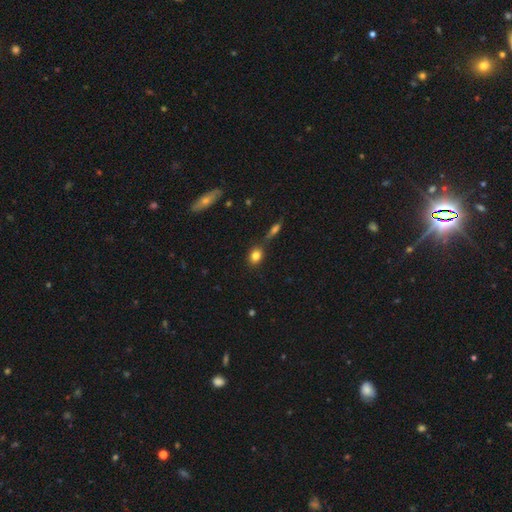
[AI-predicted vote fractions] A smooth galaxy with no disk features (82%) that is in between round and cigar-shaped (50%). Merging: none (68%).